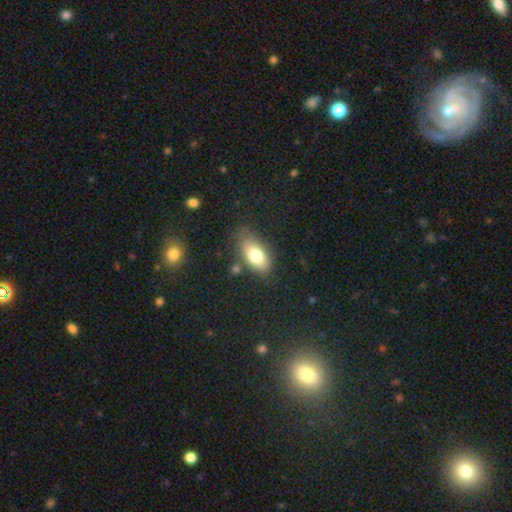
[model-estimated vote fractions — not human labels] smooth-or-featured: smooth: 75% | featured or disk: 17% | star or artifact: 8%
  how-rounded: in between: 89% | cigar-shaped: 6% | round: 5%
  merging: none: 72% | minor disturbance: 18% | major disturbance: 5% | merger: 5%